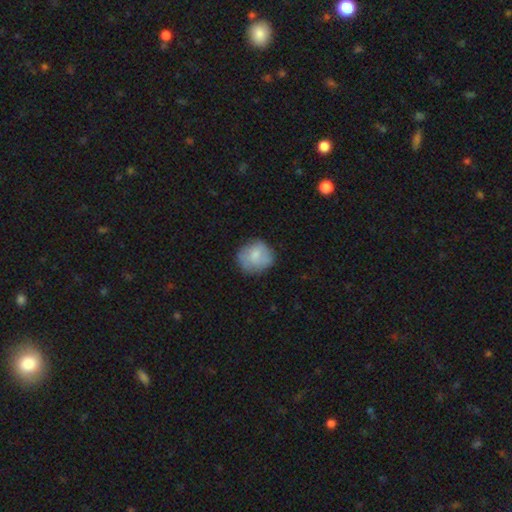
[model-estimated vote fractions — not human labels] Morphology: type=smooth (71%); roundness=round (80%); merging=none (72%).